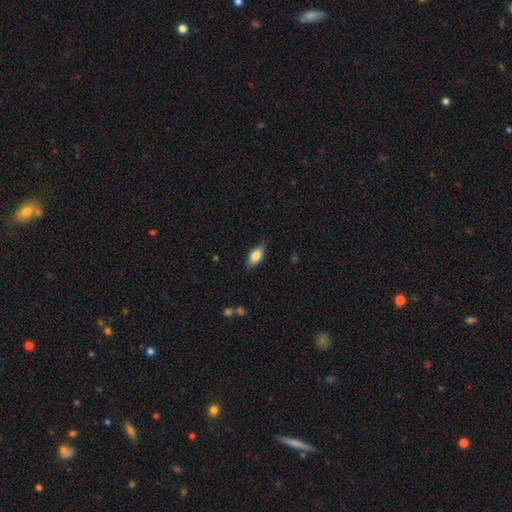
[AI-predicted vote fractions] Smooth or featured? smooth (75%)
How rounded? in between (83%)
Merging? none (79%)